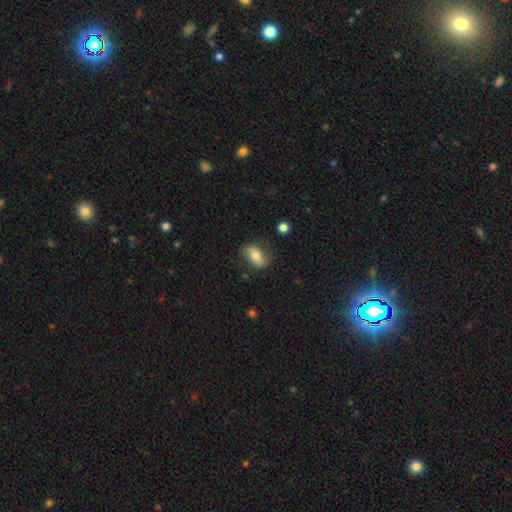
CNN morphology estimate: Overall: smooth (53%; featured or disk 40%). How rounded: in between (84%). Merging: none (73%).